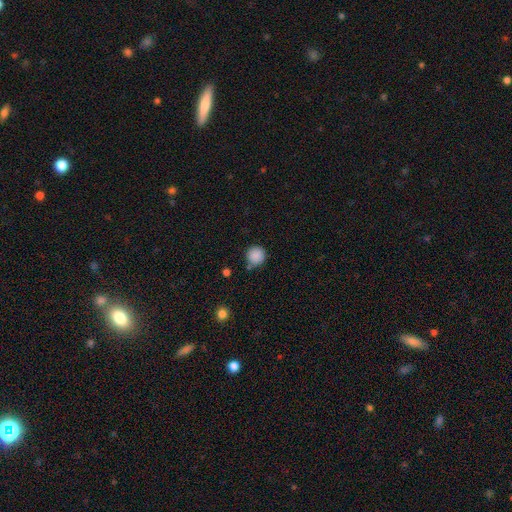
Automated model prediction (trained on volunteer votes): smooth_or_featured: smooth (p=0.88) [alt: star or artifact p=0.09]
how_rounded: round (p=0.94) [alt: in between p=0.05]
merging: none (p=0.80) [alt: minor disturbance p=0.12]